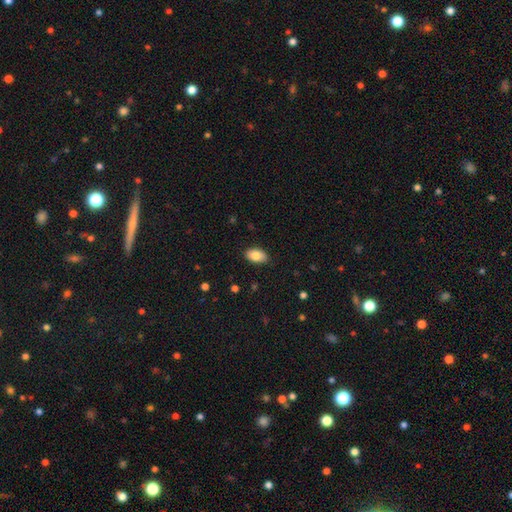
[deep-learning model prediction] smooth 82%, featured or disk 11%, star or artifact 7%. Down the decision tree: how rounded — in between (92%); merging — none (87%).